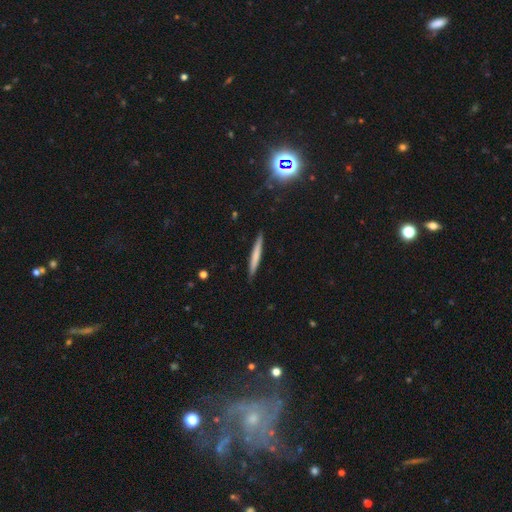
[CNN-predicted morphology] A smooth galaxy with no disk features (63%) that is cigar-shaped (96%).

Vote fractions:
- Smooth or featured? smooth: 63% / featured or disk: 31% / star or artifact: 6%
- How rounded? cigar-shaped: 96% / in between: 3% / round: 1%
- Merging? none: 90% / minor disturbance: 8% / major disturbance: 1% / merger: 1%